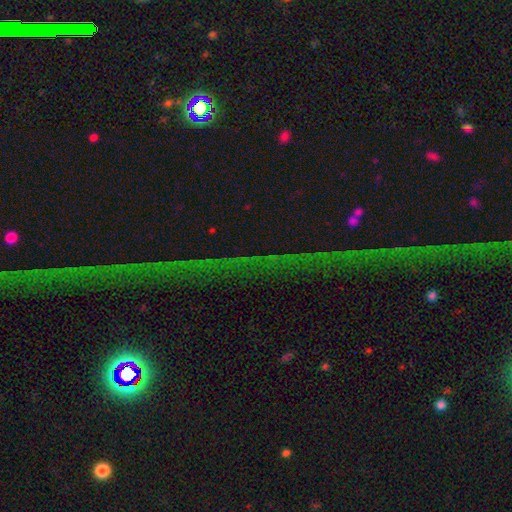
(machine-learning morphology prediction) star or artifact 77%, featured or disk 13%, smooth 10%.